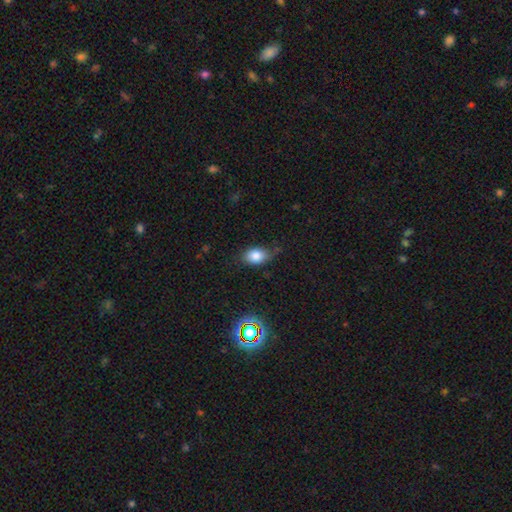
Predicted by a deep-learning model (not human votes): Q: Smooth or featured?
A: smooth (80%); runner-up: star or artifact (11%)
Q: How rounded?
A: in between (82%); runner-up: round (16%)
Q: Merging?
A: none (63%); runner-up: minor disturbance (27%)